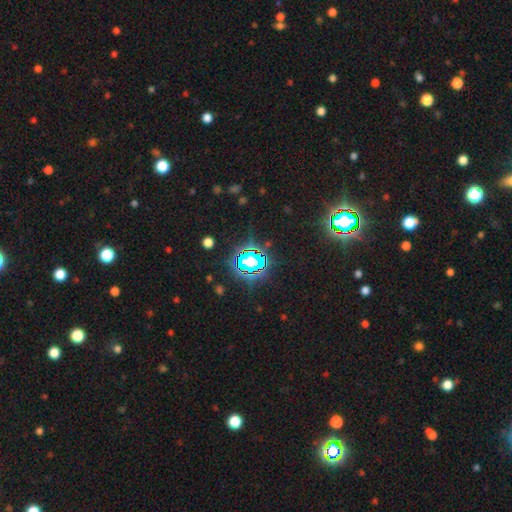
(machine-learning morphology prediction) Overall: star or artifact (70%).